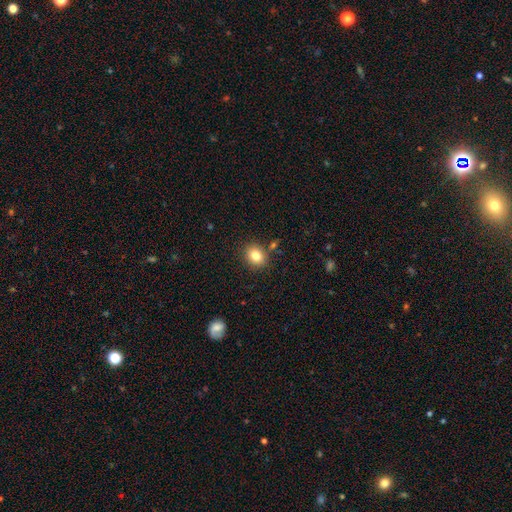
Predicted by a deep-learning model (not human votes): smooth-or-featured: smooth: 82% | star or artifact: 10% | featured or disk: 7%
  how-rounded: round: 59% | in between: 40% | cigar-shaped: 1%
  merging: none: 84% | minor disturbance: 9% | merger: 4% | major disturbance: 2%